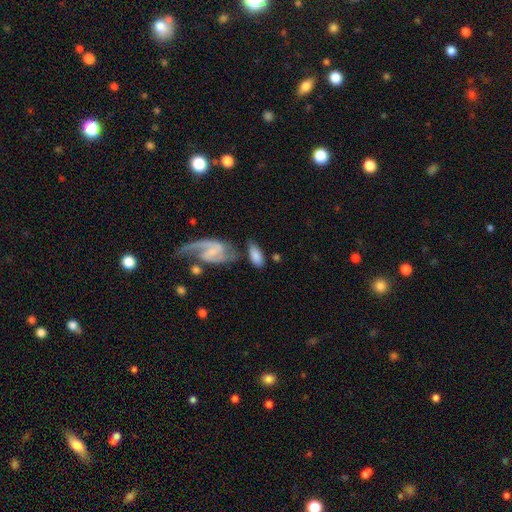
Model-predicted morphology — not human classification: Smooth or featured? Predicted: smooth (p=0.66). How rounded? Predicted: in between (p=0.91). Merging? Predicted: none (p=0.48).